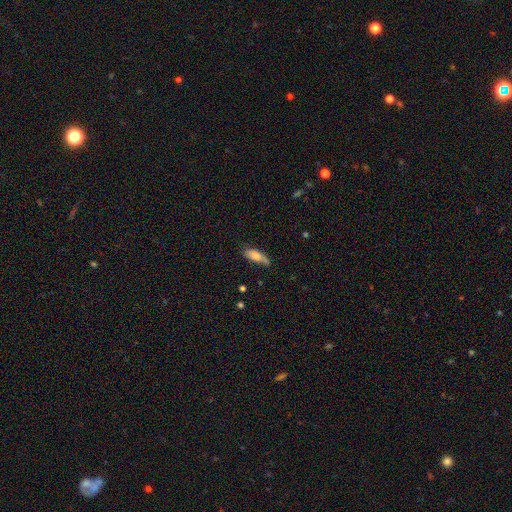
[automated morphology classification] smooth-or-featured: smooth: 74% | featured or disk: 19% | star or artifact: 7%
  how-rounded: in between: 71% | cigar-shaped: 26% | round: 2%
  merging: none: 53% | minor disturbance: 33% | major disturbance: 10% | merger: 4%